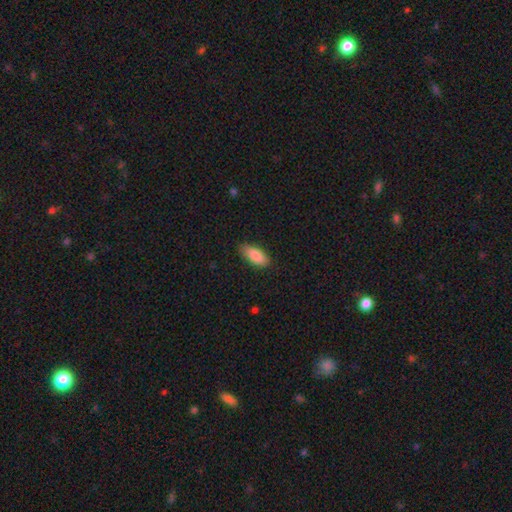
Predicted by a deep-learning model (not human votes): A smooth galaxy with no disk features (88%) that is in between round and cigar-shaped (85%).

Vote fractions:
- Smooth or featured? smooth: 88% / featured or disk: 6% / star or artifact: 6%
- How rounded? in between: 85% / cigar-shaped: 13% / round: 2%
- Merging? none: 81% / minor disturbance: 15% / major disturbance: 3% / merger: 1%